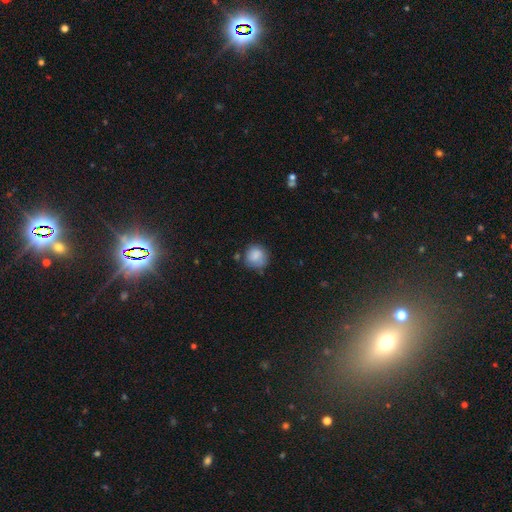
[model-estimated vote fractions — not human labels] This is clearly a smooth galaxy (81%). How rounded: clearly round (85%). Merging: likely none (64%).